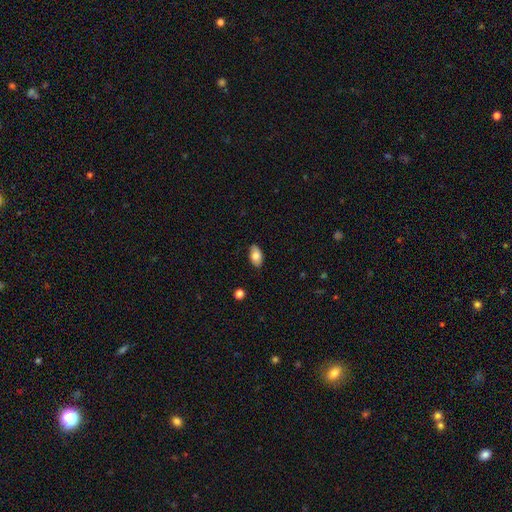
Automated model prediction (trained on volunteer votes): smooth-or-featured: smooth: 79% | featured or disk: 14% | star or artifact: 7%
  how-rounded: in between: 93% | round: 5% | cigar-shaped: 2%
  merging: none: 86% | minor disturbance: 11% | major disturbance: 2% | merger: 1%